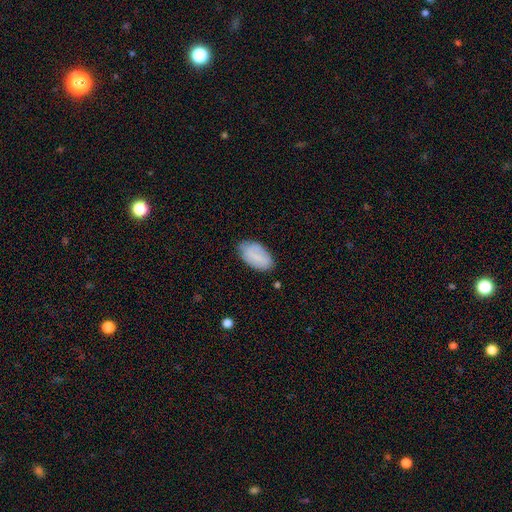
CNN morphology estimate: Overall: smooth (68%). How rounded: in between (94%). Merging: none (78%).